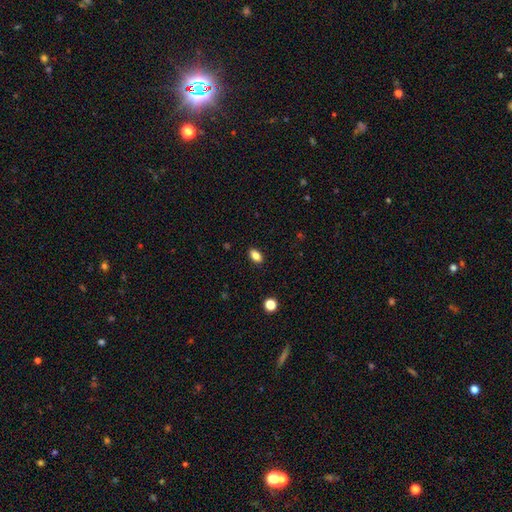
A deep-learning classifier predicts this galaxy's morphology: smooth 84%, star or artifact 10%, featured or disk 6%. Down the decision tree: how rounded — in between (89%); merging — none (89%).